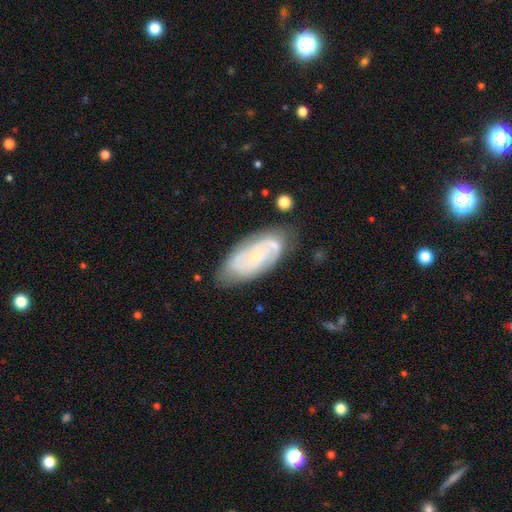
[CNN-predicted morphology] smooth_or_featured: featured or disk (p=0.71) [alt: smooth p=0.22]
disk_edge_on: no (p=0.94) [alt: yes p=0.06]
bar: no (p=0.69) [alt: weak p=0.25]
has_spiral_arms: yes (p=0.88) [alt: no p=0.12]
spiral_winding: tight (p=0.52) [alt: medium p=0.37]
spiral_arm_count: 2 (p=0.52) [alt: can't tell p=0.30]
bulge_size: small (p=0.76) [alt: moderate p=0.18]
merging: none (p=0.72) [alt: minor disturbance p=0.20]